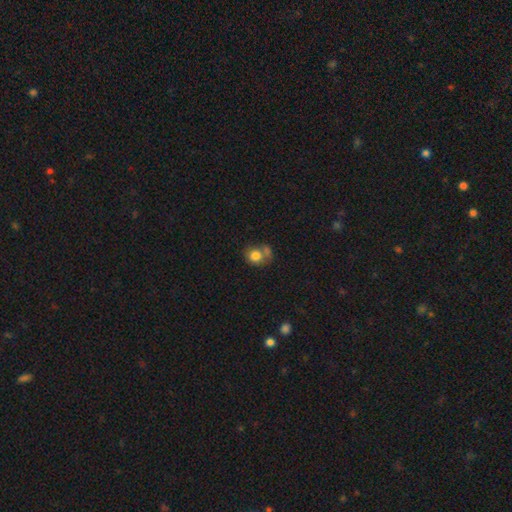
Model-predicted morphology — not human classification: A smooth galaxy with no disk features (78%) that is round (67%).

Vote fractions:
- Smooth or featured? smooth: 78% / featured or disk: 12% / star or artifact: 10%
- How rounded? round: 67% / in between: 32% / cigar-shaped: 1%
- Merging? none: 41% / merger: 31% / minor disturbance: 17% / major disturbance: 11%